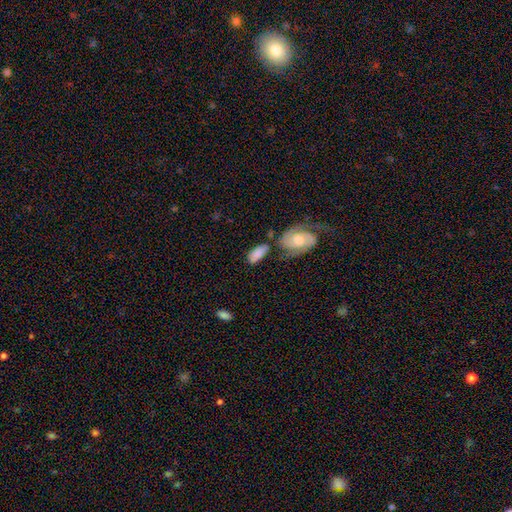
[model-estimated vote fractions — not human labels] Overall: smooth (72%). How rounded: in between (85%). Merging: none (54%; merger 19%).